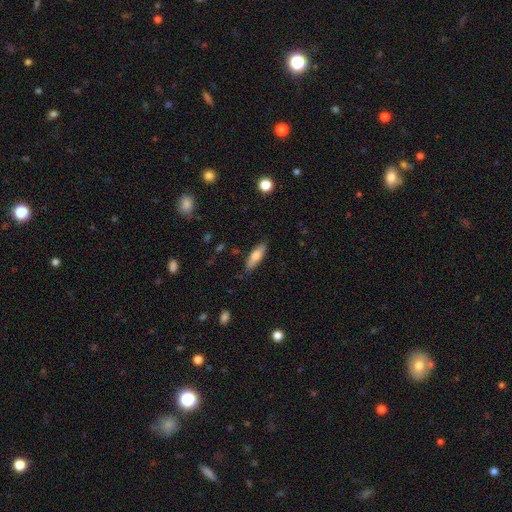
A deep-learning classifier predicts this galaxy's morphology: Q: Smooth or featured?
A: smooth (71%); runner-up: featured or disk (23%)
Q: How rounded?
A: cigar-shaped (52%); runner-up: in between (46%)
Q: Merging?
A: none (84%); runner-up: minor disturbance (13%)